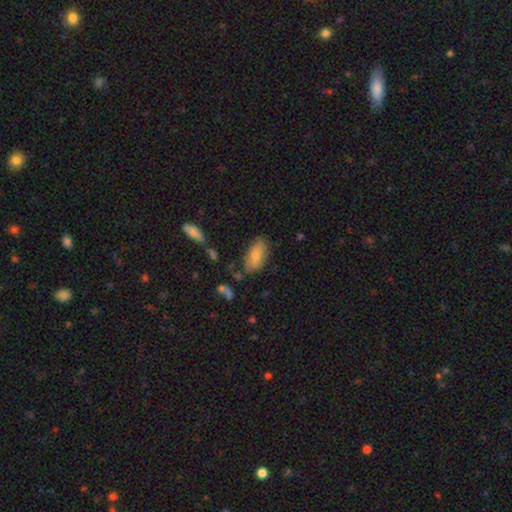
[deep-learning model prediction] Smooth or featured?
  - smooth: 78% *
  - featured or disk: 15%
  - star or artifact: 7%
How rounded?
  - in between: 92% *
  - cigar-shaped: 5%
  - round: 3%
Merging?
  - none: 70% *
  - minor disturbance: 20%
  - major disturbance: 6%
  - merger: 4%